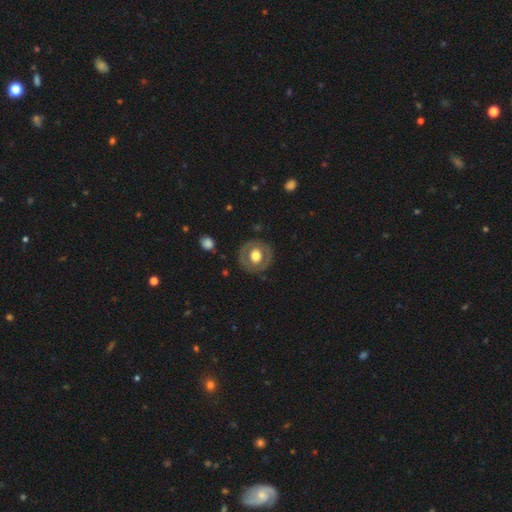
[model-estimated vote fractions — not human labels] Smooth or featured: smooth — 47% (tied with featured or disk — 47%)
Merging: none — 84% (minor disturbance — 10%)